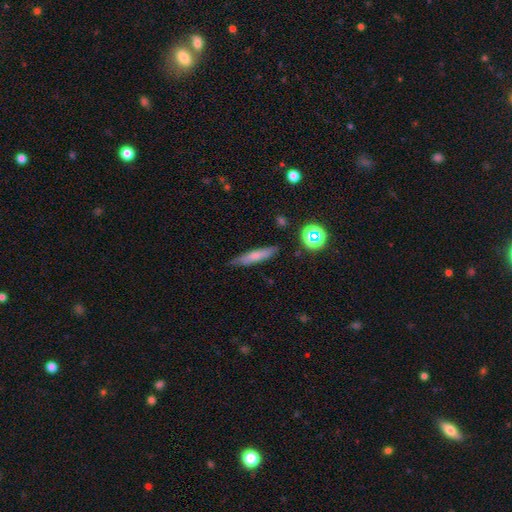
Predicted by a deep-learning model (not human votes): This appears to be a smooth galaxy with no disk features (64%) that is cigar-shaped (85%). Merging: none (82%).